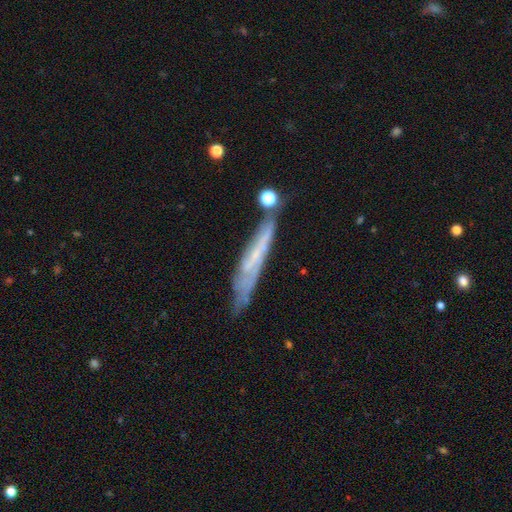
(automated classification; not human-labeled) The model was most divided on "smooth or featured": featured or disk: 57%, smooth: 34%, star or artifact: 9%. More confident: edge-on disk — yes (70%); merging — none (60%).